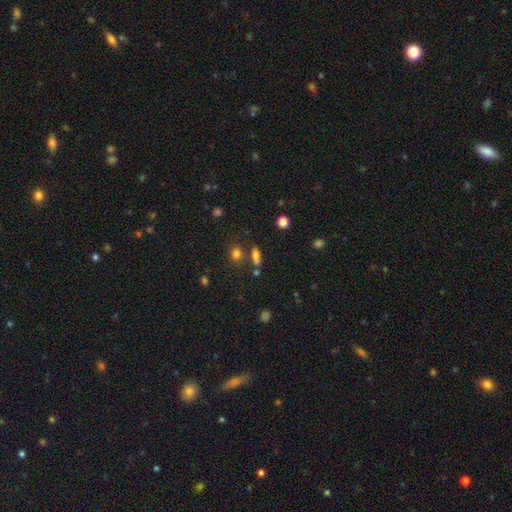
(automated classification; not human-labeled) smooth_or_featured: smooth (p=0.71) [alt: star or artifact p=0.16]
how_rounded: in between (p=0.63) [alt: cigar-shaped p=0.18]
merging: none (p=0.65) [alt: merger p=0.17]